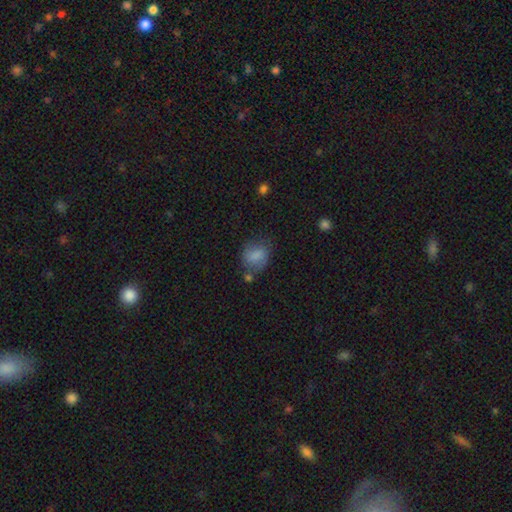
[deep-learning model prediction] smooth 72%, featured or disk 19%, star or artifact 9%. Down the decision tree: how rounded — round (52%); merging — none (55%).